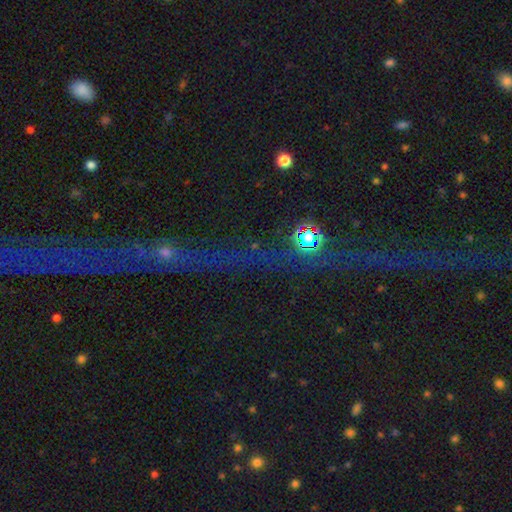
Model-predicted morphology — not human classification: Smooth or featured?
  - star or artifact: 72% *
  - featured or disk: 16%
  - smooth: 12%